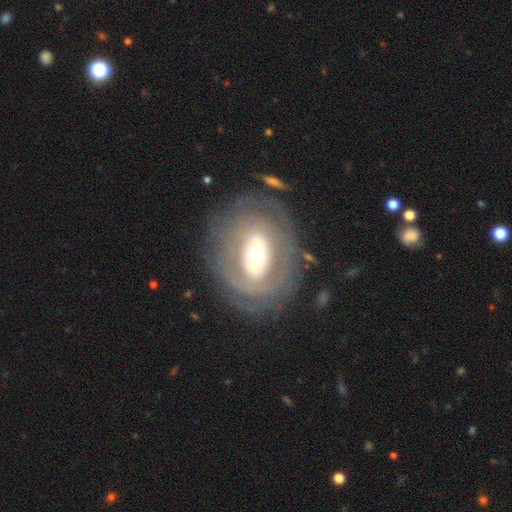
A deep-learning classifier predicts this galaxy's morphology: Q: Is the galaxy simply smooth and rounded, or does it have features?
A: featured or disk — 70%.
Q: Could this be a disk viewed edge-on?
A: no — 94%.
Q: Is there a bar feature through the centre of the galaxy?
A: no — 39%.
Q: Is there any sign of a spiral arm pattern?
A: yes — 52%.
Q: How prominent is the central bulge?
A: moderate — 52%.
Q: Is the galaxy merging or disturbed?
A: none — 73%.